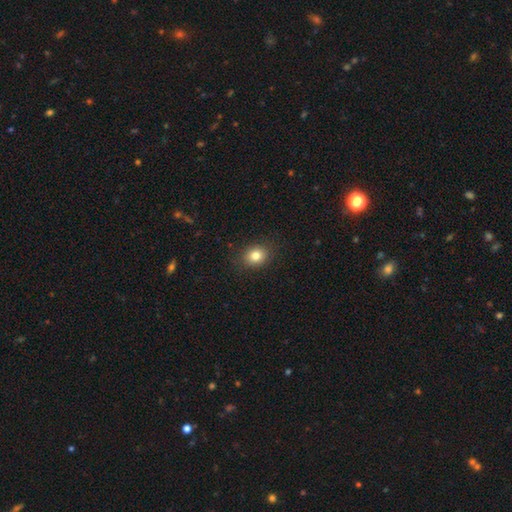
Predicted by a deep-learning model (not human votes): Smooth or featured? smooth (81%)
How rounded? round (58%)
Merging? none (87%)